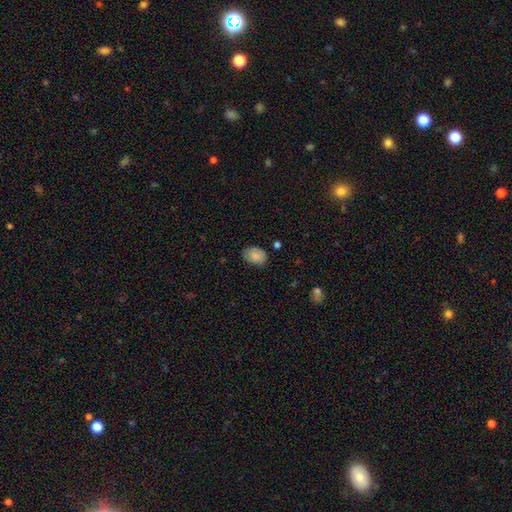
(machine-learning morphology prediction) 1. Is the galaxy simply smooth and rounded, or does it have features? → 83% smooth, 10% featured or disk, 8% star or artifact.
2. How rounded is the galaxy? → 76% in between, 23% round, 1% cigar-shaped.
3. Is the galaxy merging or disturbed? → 75% none, 19% minor disturbance, 4% major disturbance, 2% merger.